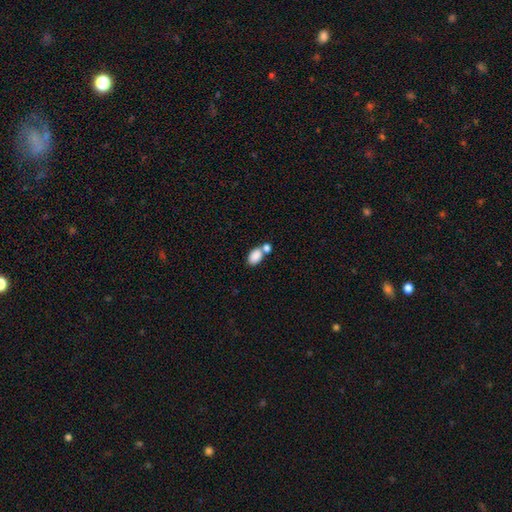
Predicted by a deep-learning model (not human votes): smooth 86%, star or artifact 8%, featured or disk 6%. Down the decision tree: how rounded — in between (89%); merging — none (45%).